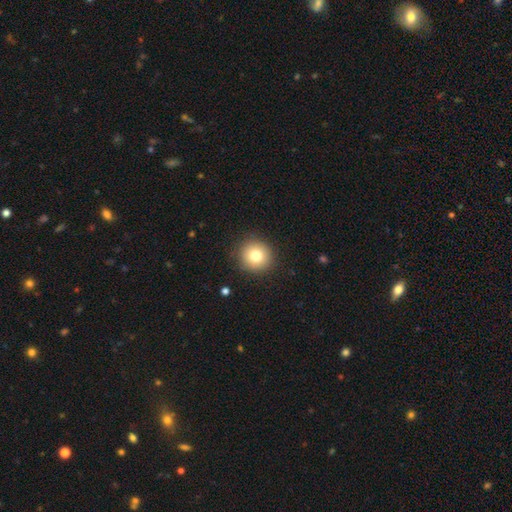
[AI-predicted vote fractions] Smooth or featured? smooth (80%)
How rounded? round (92%)
Merging? none (90%)